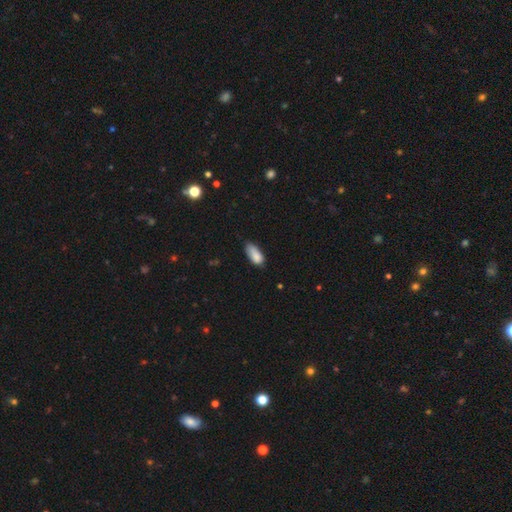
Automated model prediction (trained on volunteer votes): smooth-or-featured: smooth: 85% | star or artifact: 7% | featured or disk: 7%
  how-rounded: in between: 87% | cigar-shaped: 10% | round: 2%
  merging: none: 50% | minor disturbance: 40% | major disturbance: 8% | merger: 2%